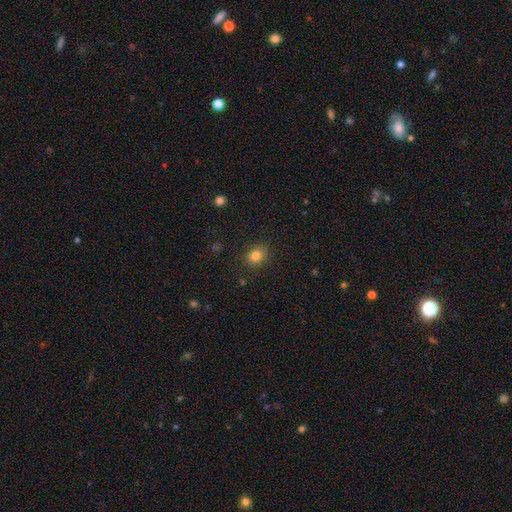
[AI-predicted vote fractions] smooth-or-featured: smooth: 83% | star or artifact: 12% | featured or disk: 5%
  how-rounded: round: 73% | in between: 26% | cigar-shaped: 1%
  merging: none: 86% | minor disturbance: 10% | major disturbance: 3% | merger: 1%